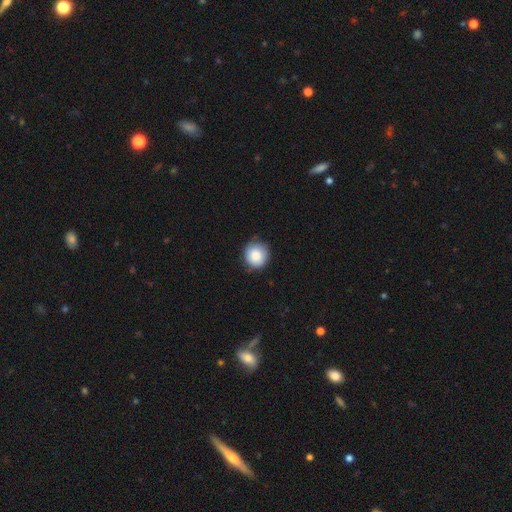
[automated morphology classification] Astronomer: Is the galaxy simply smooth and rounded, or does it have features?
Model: smooth — 87%.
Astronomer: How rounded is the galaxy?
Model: round — 90%.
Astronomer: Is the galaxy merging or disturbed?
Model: none — 79%.